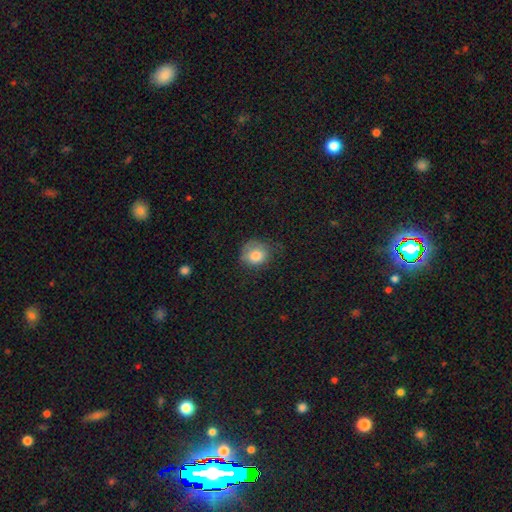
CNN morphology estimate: This is clearly a smooth galaxy (80%). How rounded: likely round (68%). Merging: possibly none (56%).